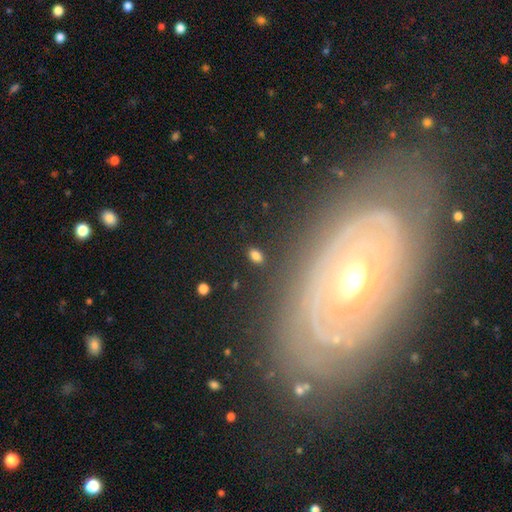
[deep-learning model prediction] This is clearly a smooth galaxy (81%). How rounded: clearly in between (87%). Merging: clearly none (87%).